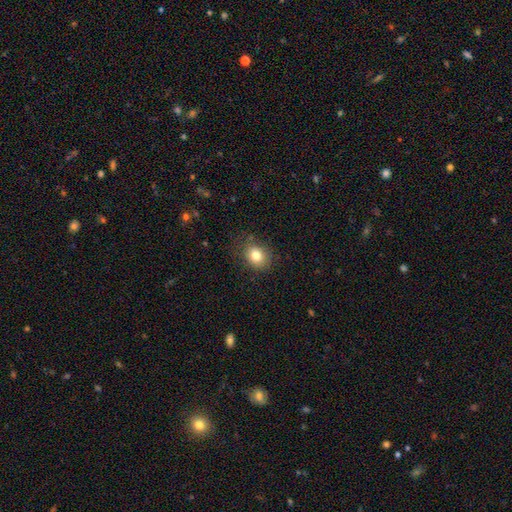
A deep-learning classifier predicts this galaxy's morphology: smooth_or_featured: smooth (p=0.81) [alt: star or artifact p=0.11]
how_rounded: round (p=0.54) [alt: in between p=0.45]
merging: none (p=0.81) [alt: minor disturbance p=0.13]